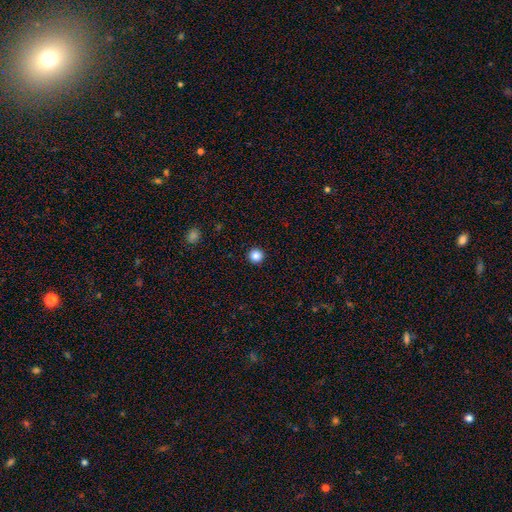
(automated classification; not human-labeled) smooth_or_featured: smooth (p=0.85) [alt: star or artifact p=0.11]
how_rounded: round (p=0.96) [alt: in between p=0.03]
merging: none (p=0.94) [alt: minor disturbance p=0.04]